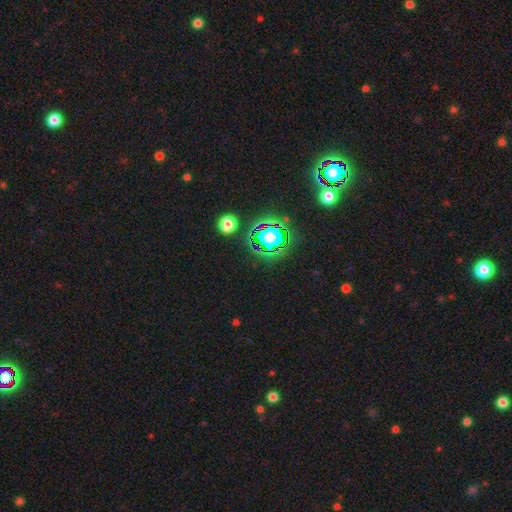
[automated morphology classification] smooth_or_featured: star or artifact (p=0.82) [alt: smooth p=0.11]